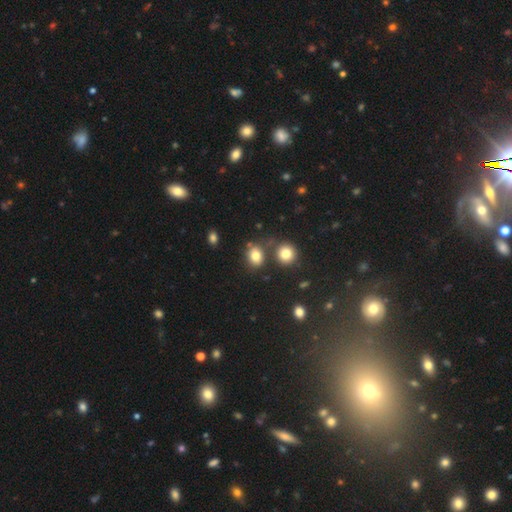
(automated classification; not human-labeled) A smooth galaxy with no disk features (80%) that is in between round and cigar-shaped (54%). Merging: none (66%).